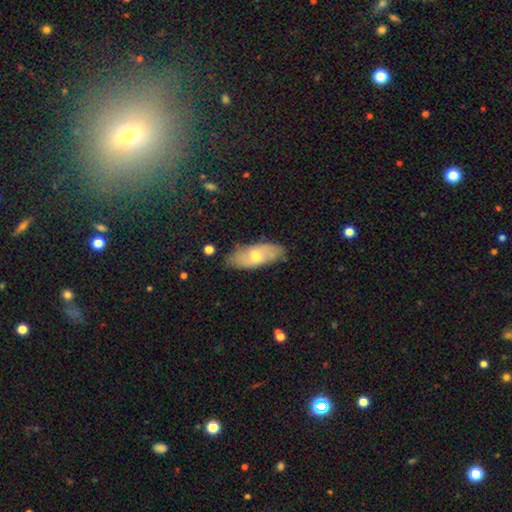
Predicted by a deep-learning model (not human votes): smooth-or-featured: smooth: 52% | featured or disk: 41% | star or artifact: 7%
  how-rounded: in between: 79% | cigar-shaped: 18% | round: 3%
  merging: none: 79% | minor disturbance: 16% | major disturbance: 3% | merger: 2%